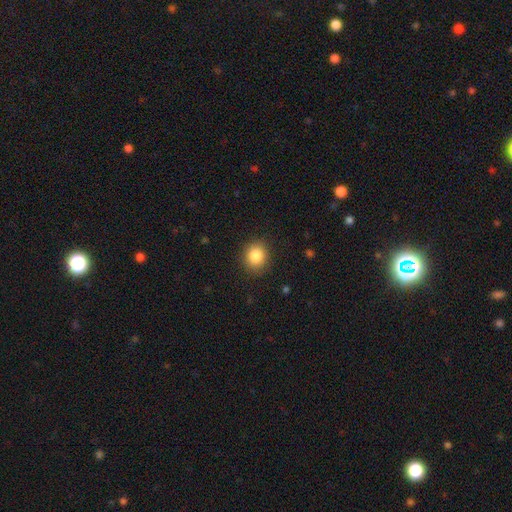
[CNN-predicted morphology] Smooth or featured?
  - smooth: 86% *
  - star or artifact: 9%
  - featured or disk: 5%
How rounded?
  - round: 76% *
  - in between: 23%
  - cigar-shaped: 1%
Merging?
  - none: 87% *
  - minor disturbance: 9%
  - major disturbance: 3%
  - merger: 1%